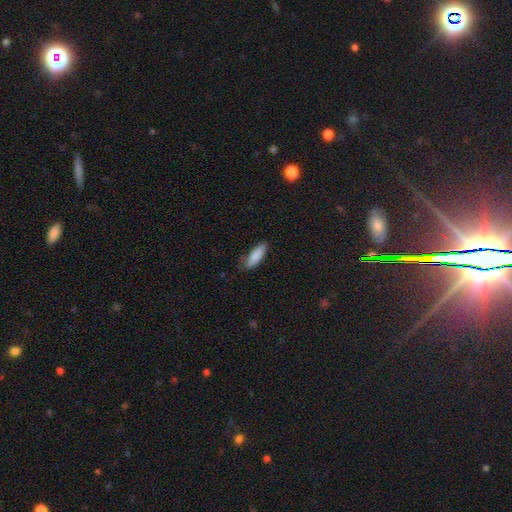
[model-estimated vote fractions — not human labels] Smooth or featured?
  - smooth: 86% *
  - featured or disk: 8%
  - star or artifact: 6%
How rounded?
  - in between: 55% *
  - cigar-shaped: 44%
  - round: 2%
Merging?
  - none: 74% *
  - minor disturbance: 21%
  - major disturbance: 4%
  - merger: 1%